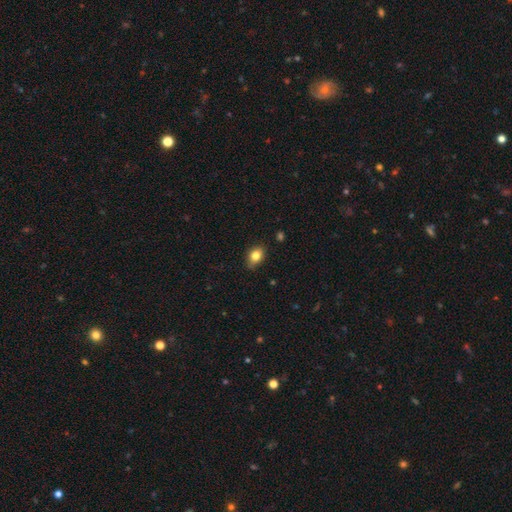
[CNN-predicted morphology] Smooth or featured?
  - smooth: 81% *
  - star or artifact: 9%
  - featured or disk: 9%
How rounded?
  - in between: 71% *
  - round: 27%
  - cigar-shaped: 2%
Merging?
  - none: 79% *
  - minor disturbance: 17%
  - major disturbance: 3%
  - merger: 1%